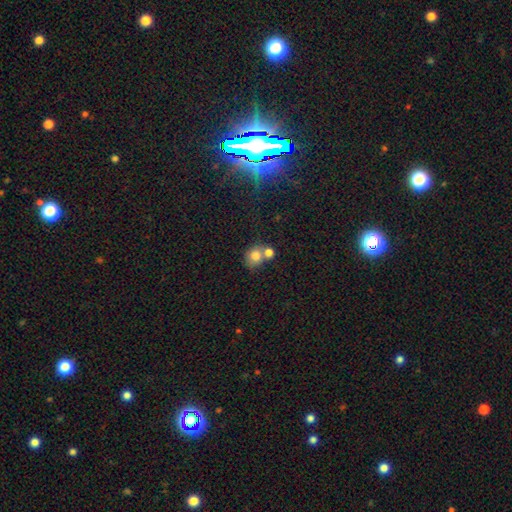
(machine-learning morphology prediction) smooth_or_featured: smooth (p=0.78) [alt: featured or disk p=0.12]
how_rounded: round (p=0.74) [alt: in between p=0.25]
merging: merger (p=0.48) [alt: none p=0.39]